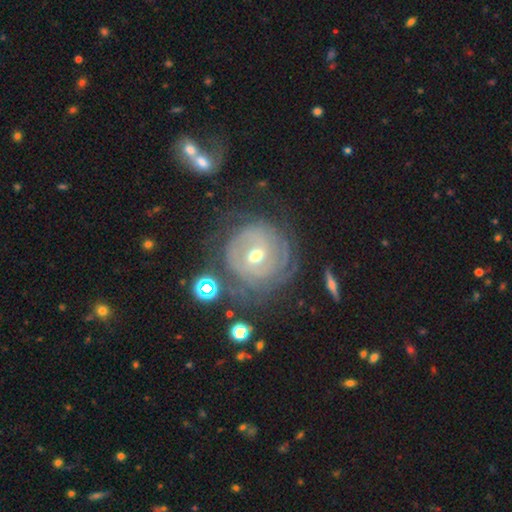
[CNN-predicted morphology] smooth-or-featured: featured or disk: 79% | smooth: 13% | star or artifact: 8%
  disk-edge-on: no: 97% | yes: 3%
    bar: weak: 43% | no: 42% | strong: 15%
    has-spiral-arms: yes: 89% | no: 11%
      spiral-winding: tight: 74% | medium: 20% | loose: 6%
      spiral-arm-count: can't tell: 44% | 2: 19% | 3: 15% | 4: 10% | more than 4: 6% | 1: 6%
    bulge-size: moderate: 55% | small: 40% | large: 3% | none: 1% | dominant: 1%
  merging: none: 65% | minor disturbance: 18% | major disturbance: 13% | merger: 4%